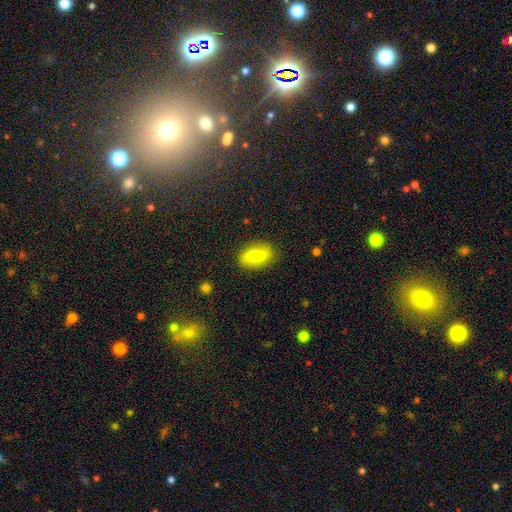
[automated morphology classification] Smooth or featured: smooth — 65% (featured or disk — 27%)
How rounded: in between — 85% (cigar-shaped — 8%)
Merging: none — 82% (minor disturbance — 13%)